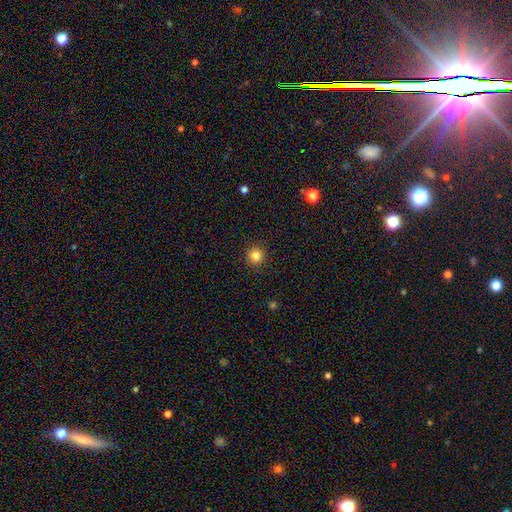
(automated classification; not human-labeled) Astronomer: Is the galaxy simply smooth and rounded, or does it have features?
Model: smooth — 83%.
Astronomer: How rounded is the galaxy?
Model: round — 95%.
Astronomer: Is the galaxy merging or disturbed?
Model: none — 92%.